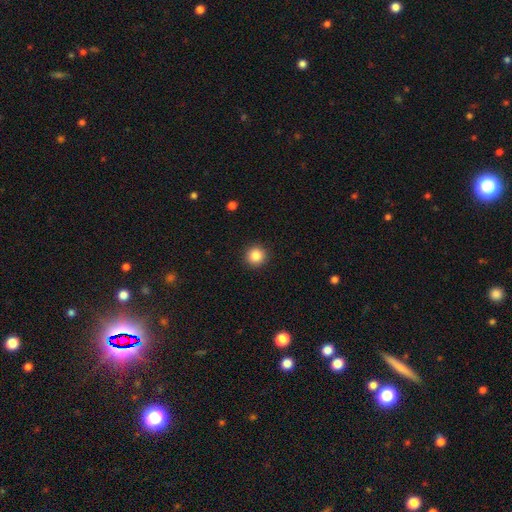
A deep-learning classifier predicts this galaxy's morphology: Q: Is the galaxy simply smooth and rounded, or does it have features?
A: smooth — 85%.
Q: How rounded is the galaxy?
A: round — 94%.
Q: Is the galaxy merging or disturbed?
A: none — 92%.